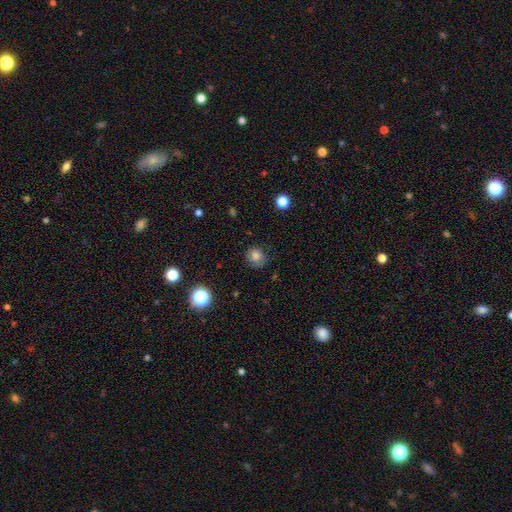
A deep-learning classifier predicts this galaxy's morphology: This is clearly a smooth galaxy (81%). How rounded: clearly round (84%). Merging: likely none (76%).